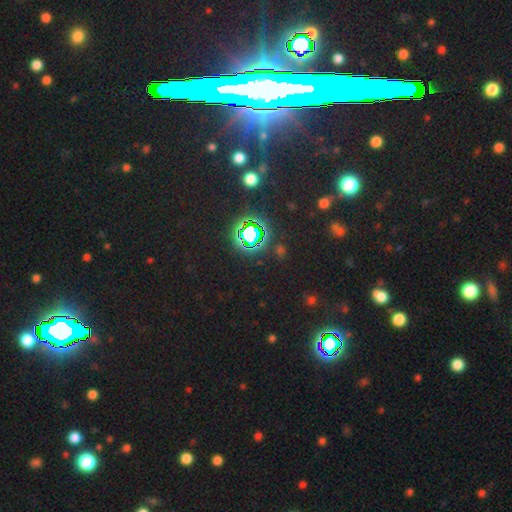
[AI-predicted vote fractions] This appears to be a star or artifact, not a galaxy (78%).